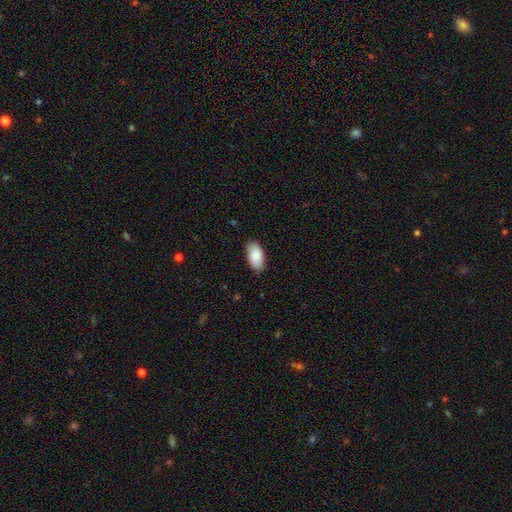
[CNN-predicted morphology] A smooth galaxy with no disk features (88%) that is in between round and cigar-shaped (95%).

Vote fractions:
- Smooth or featured? smooth: 88% / featured or disk: 7% / star or artifact: 6%
- How rounded? in between: 95% / round: 3% / cigar-shaped: 2%
- Merging? none: 82% / minor disturbance: 15% / major disturbance: 2% / merger: 1%